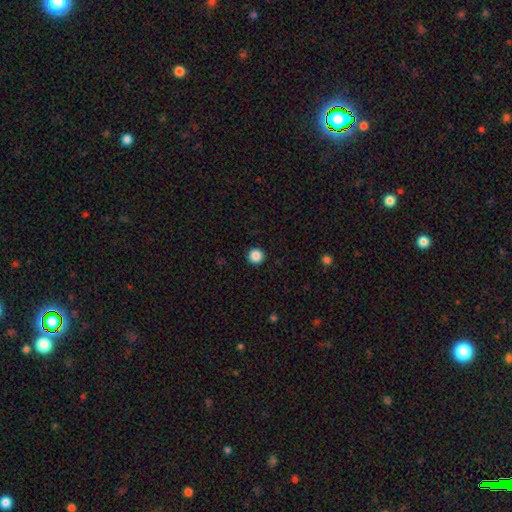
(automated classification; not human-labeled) smooth-or-featured: smooth: 87% | star or artifact: 10% | featured or disk: 3%
  how-rounded: round: 96% | in between: 3% | cigar-shaped: 1%
  merging: none: 94% | minor disturbance: 4% | major disturbance: 2% | merger: 1%